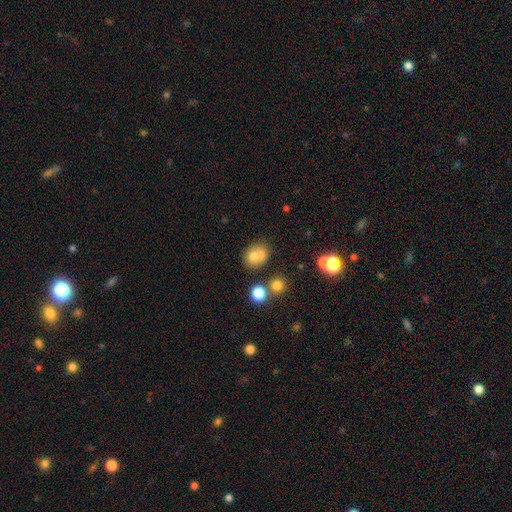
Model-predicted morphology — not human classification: This is likely a smooth galaxy (69%). How rounded: likely round (62%). Merging: marginally none (43%, tied with merger).